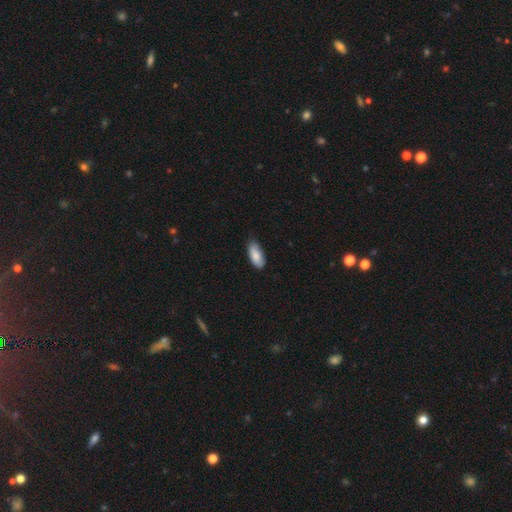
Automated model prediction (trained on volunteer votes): smooth_or_featured: smooth (p=0.86) [alt: featured or disk p=0.08]
how_rounded: in between (p=0.83) [alt: cigar-shaped p=0.15]
merging: none (p=0.72) [alt: minor disturbance p=0.25]